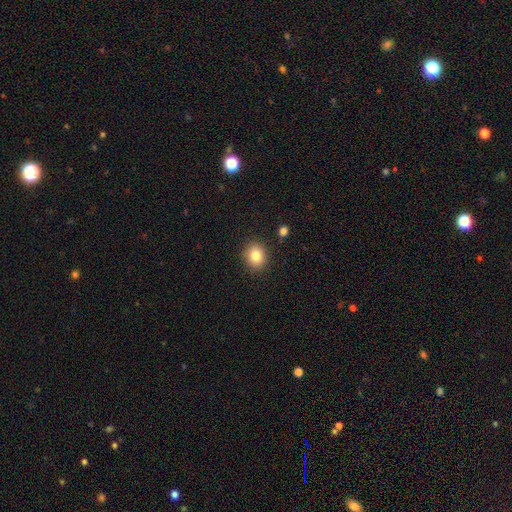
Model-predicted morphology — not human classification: Q: Smooth or featured?
A: smooth (83%); runner-up: star or artifact (10%)
Q: How rounded?
A: round (67%); runner-up: in between (32%)
Q: Merging?
A: none (89%); runner-up: minor disturbance (7%)